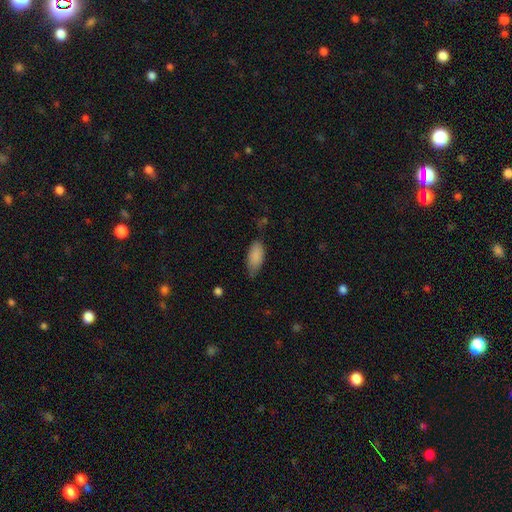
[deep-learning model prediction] Morphology: type=smooth (87%); roundness=in between (89%); merging=none (63%).